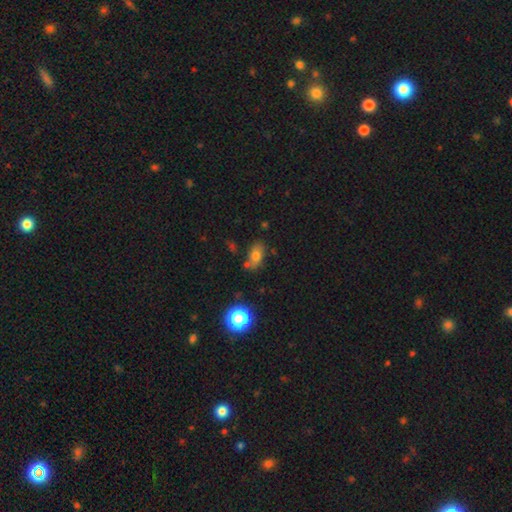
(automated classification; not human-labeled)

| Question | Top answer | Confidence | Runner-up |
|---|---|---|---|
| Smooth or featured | smooth | 71% | featured or disk (15%) |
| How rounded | in between | 79% | round (15%) |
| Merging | none | 64% | minor disturbance (18%) |